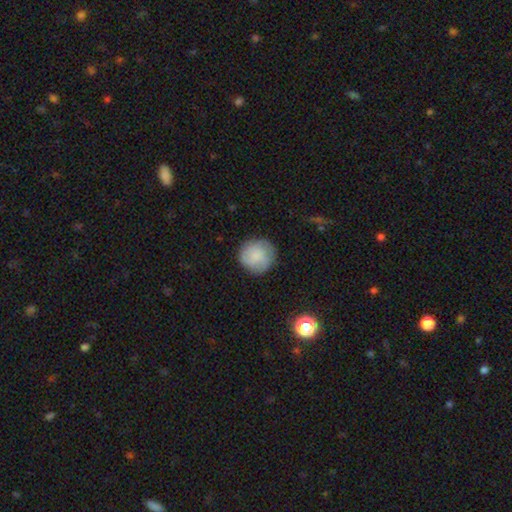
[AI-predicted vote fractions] smooth_or_featured: smooth (p=0.76) [alt: featured or disk p=0.17]
how_rounded: round (p=0.92) [alt: in between p=0.07]
merging: none (p=0.78) [alt: minor disturbance p=0.16]